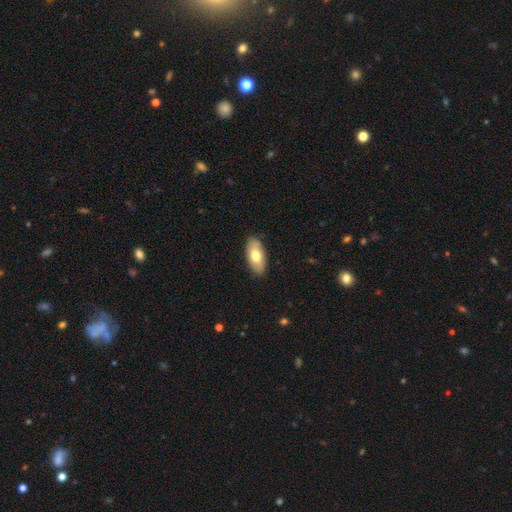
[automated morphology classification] type=smooth (71%); roundness=in between (91%); merging=none (87%).